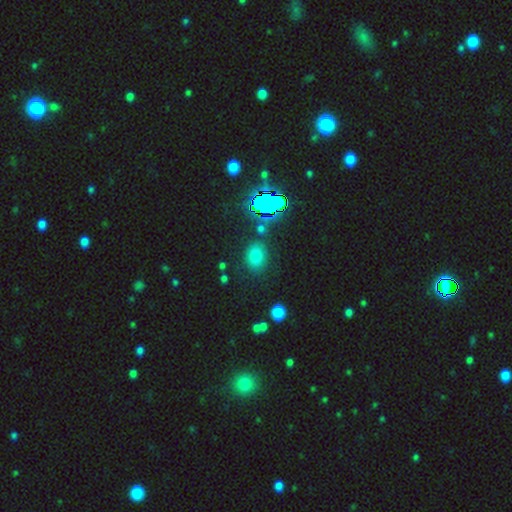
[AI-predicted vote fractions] This is likely a smooth galaxy (67%). How rounded: likely in between (62%). Merging: clearly none (82%).